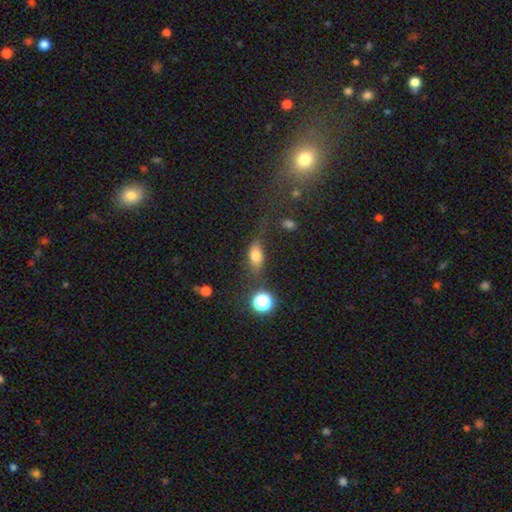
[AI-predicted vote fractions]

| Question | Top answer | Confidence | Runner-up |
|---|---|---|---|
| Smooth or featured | smooth | 71% | featured or disk (15%) |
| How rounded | in between | 74% | round (16%) |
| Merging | none | 56% | minor disturbance (22%) |